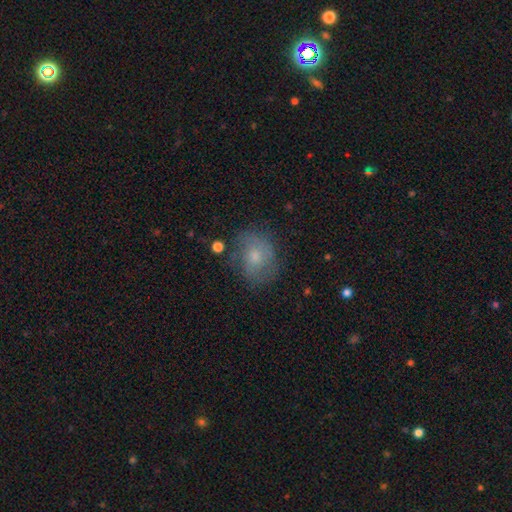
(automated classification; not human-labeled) Q: Smooth or featured?
A: smooth (55%); runner-up: featured or disk (35%)
Q: How rounded?
A: round (56%); runner-up: in between (43%)
Q: Merging?
A: none (65%); runner-up: minor disturbance (23%)